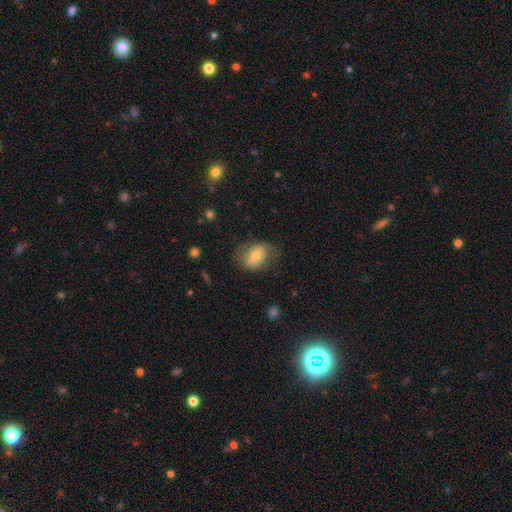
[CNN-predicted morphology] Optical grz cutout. It shows a smooth galaxy with no disk features (61%) that is in between round and cigar-shaped (76%). Merging: none (59%).